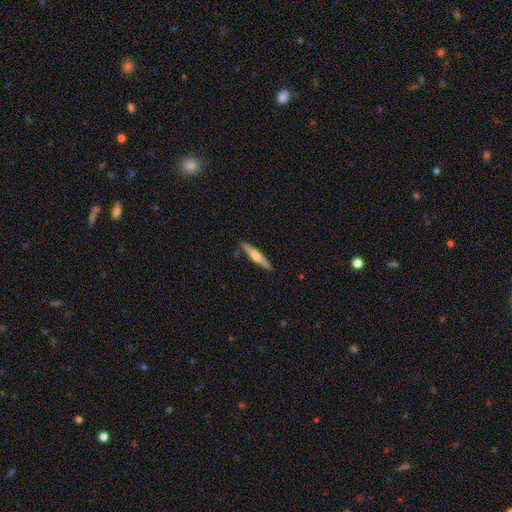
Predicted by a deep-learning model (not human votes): A smooth galaxy with no disk features (50%) that is cigar-shaped (91%).

Vote fractions:
- Smooth or featured? smooth: 50% / featured or disk: 44% / star or artifact: 5%
- How rounded? cigar-shaped: 91% / in between: 8% / round: 1%
- Merging? none: 88% / minor disturbance: 9% / major disturbance: 2% / merger: 2%